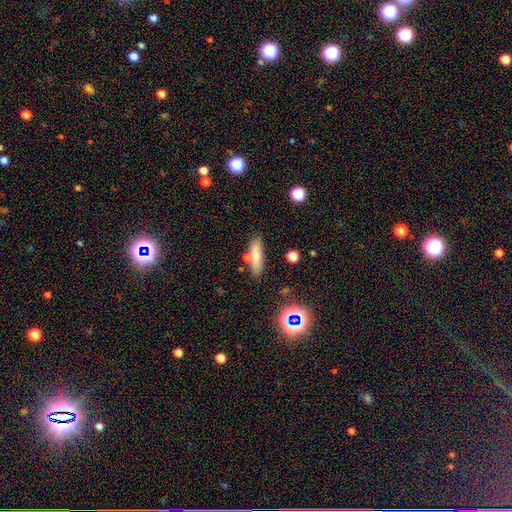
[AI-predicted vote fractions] This is likely a smooth galaxy (67%). How rounded: possibly cigar-shaped (60%). Merging: likely none (72%).